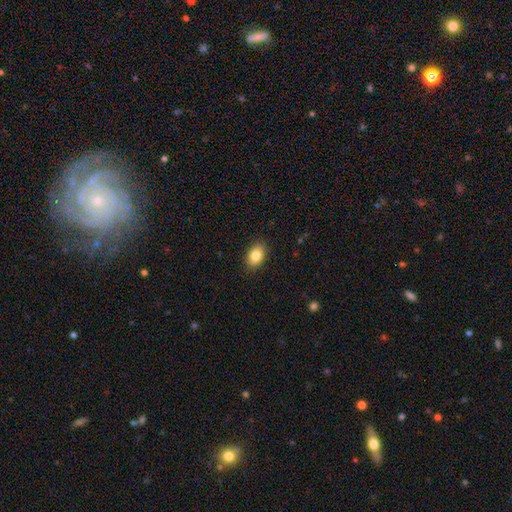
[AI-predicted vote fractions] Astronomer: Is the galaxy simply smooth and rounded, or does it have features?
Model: smooth — 84%.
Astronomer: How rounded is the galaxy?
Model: in between — 86%.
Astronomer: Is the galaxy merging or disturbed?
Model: none — 88%.